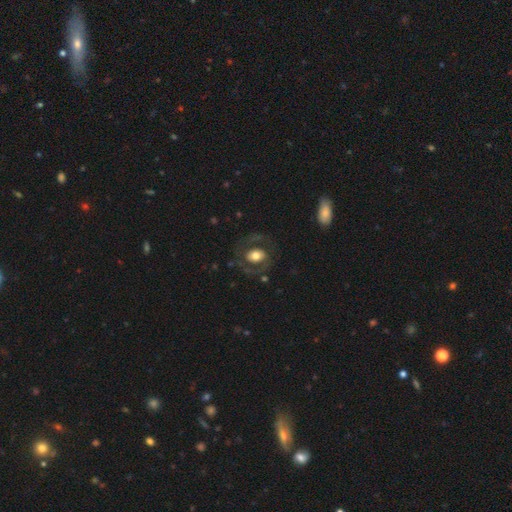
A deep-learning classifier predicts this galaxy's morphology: type=featured or disk (48%); merging=none (71%).